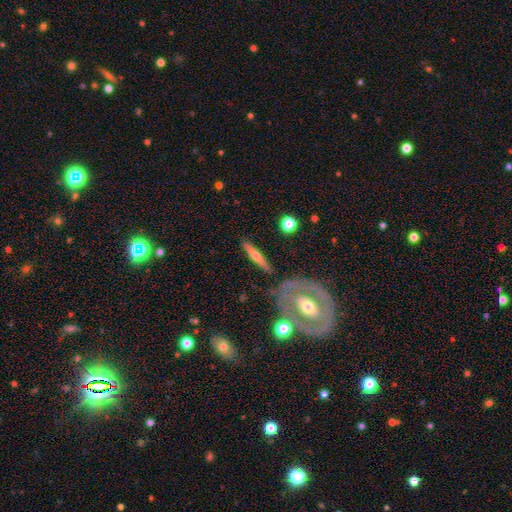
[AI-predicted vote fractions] The model was most divided on "smooth or featured": featured or disk: 50%, smooth: 44%, star or artifact: 6%. More confident: edge-on disk — yes (88%); merging — none (85%).